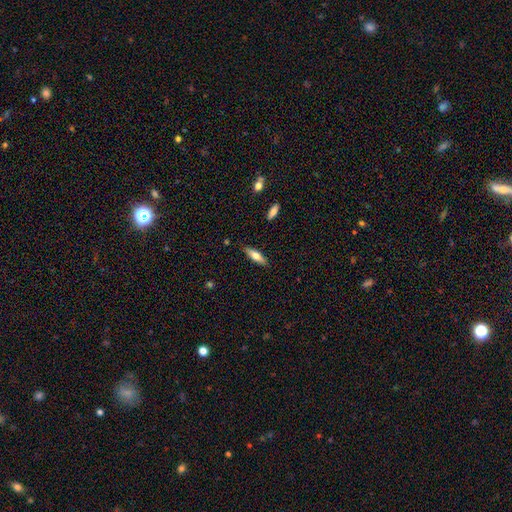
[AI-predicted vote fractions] smooth-or-featured: smooth: 59% | featured or disk: 34% | star or artifact: 7%
  how-rounded: cigar-shaped: 58% | in between: 40% | round: 2%
  merging: none: 87% | minor disturbance: 10% | major disturbance: 2% | merger: 1%